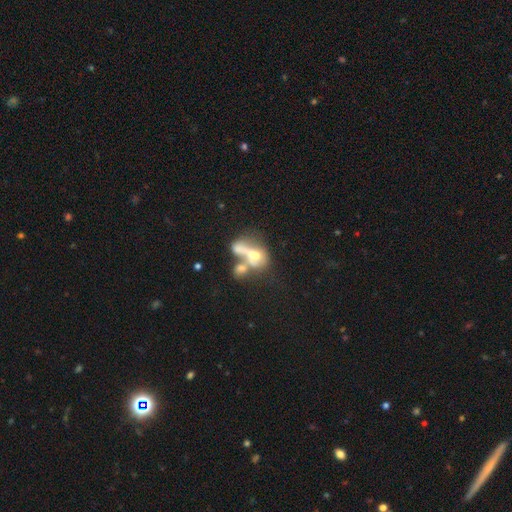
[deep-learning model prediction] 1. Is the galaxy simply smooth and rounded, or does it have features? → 44% featured or disk, 43% smooth, 14% star or artifact.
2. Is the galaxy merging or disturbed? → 65% merger, 15% major disturbance, 13% none, 7% minor disturbance.